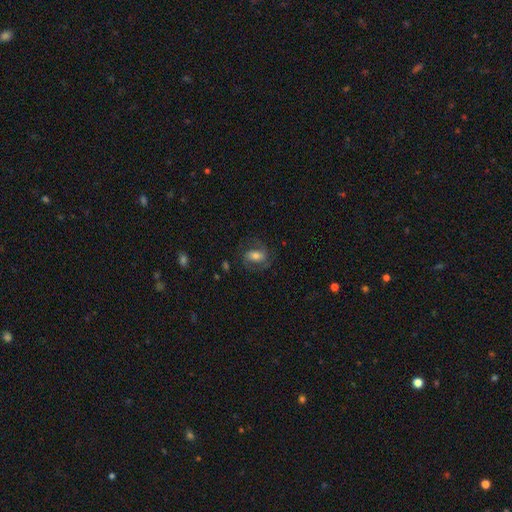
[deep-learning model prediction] Overall: featured or disk (49%; smooth 42%). Merging: none (67%).